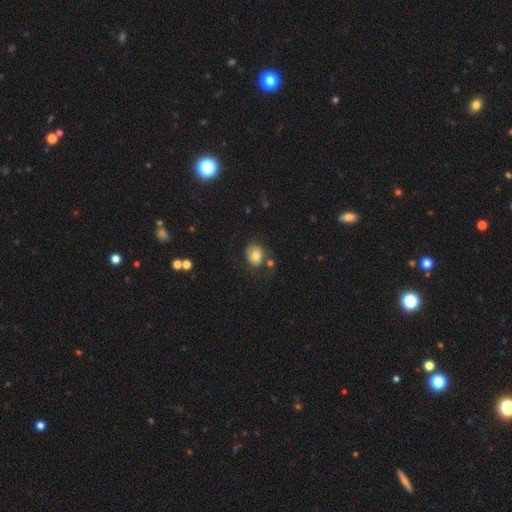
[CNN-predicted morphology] This is likely a smooth galaxy (79%). How rounded: possibly round (54%). Merging: likely none (65%).